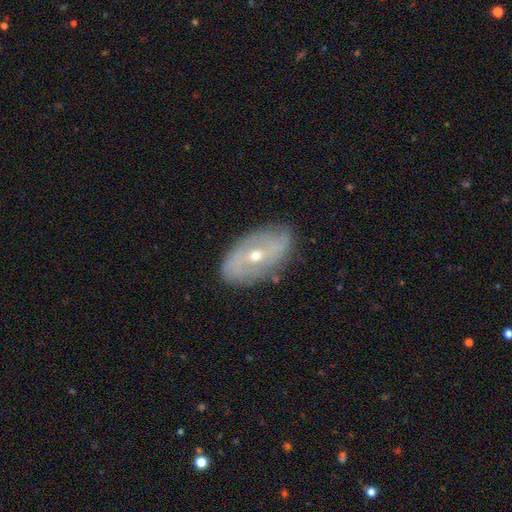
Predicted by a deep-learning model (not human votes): Overall: featured or disk (69%). Edge-on disk: no (90%). Bar: no (42%; weak 40%). Spiral arms: yes (67%; no 33%). Bulge size: moderate (52%; small 45%). Merging: none (77%).